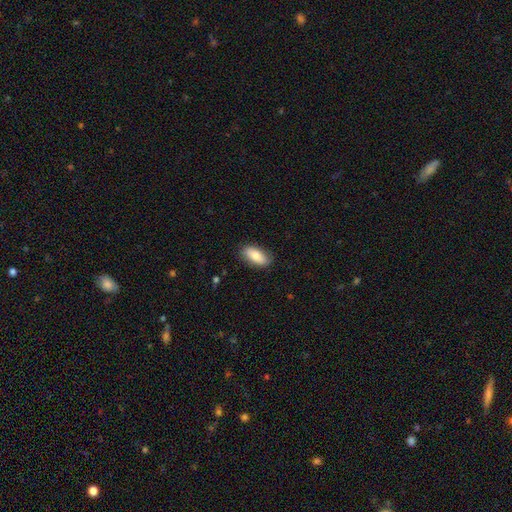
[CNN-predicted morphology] This appears to be a smooth galaxy with no disk features (78%) that is in between round and cigar-shaped (88%). Merging: none (81%).